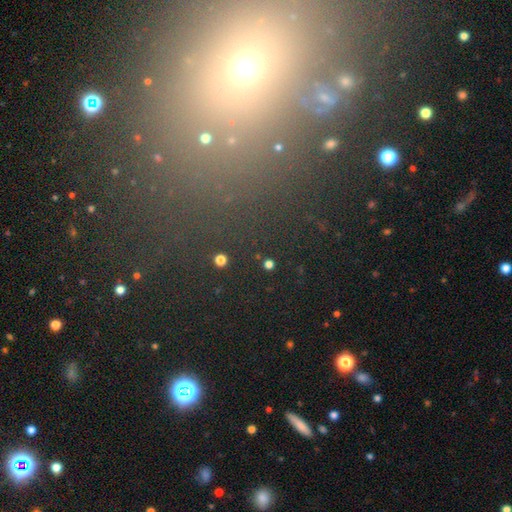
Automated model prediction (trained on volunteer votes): Smooth or featured? star or artifact (50%)